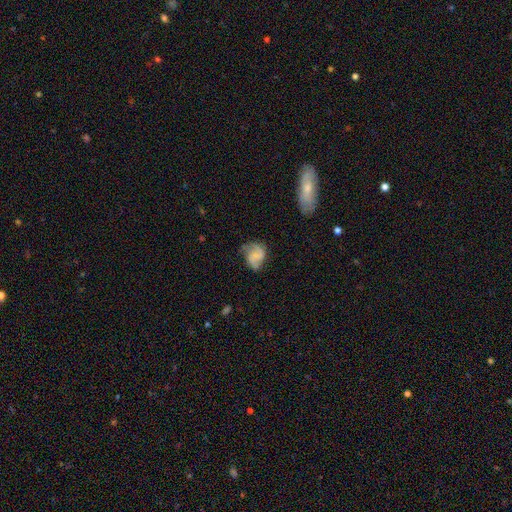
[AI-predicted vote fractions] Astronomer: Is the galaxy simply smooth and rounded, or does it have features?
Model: featured or disk — 63%.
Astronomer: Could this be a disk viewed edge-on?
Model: no — 98%.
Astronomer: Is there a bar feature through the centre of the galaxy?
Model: no — 52% (runner-up: weak, 38%).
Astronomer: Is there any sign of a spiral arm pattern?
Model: yes — 89%.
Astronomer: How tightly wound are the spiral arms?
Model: medium — 44% (runner-up: loose, 36%).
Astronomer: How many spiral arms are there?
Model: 2 — 74%.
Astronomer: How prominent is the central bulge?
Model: none — 50% (runner-up: small, 33%).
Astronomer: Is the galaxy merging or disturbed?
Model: none — 53%.